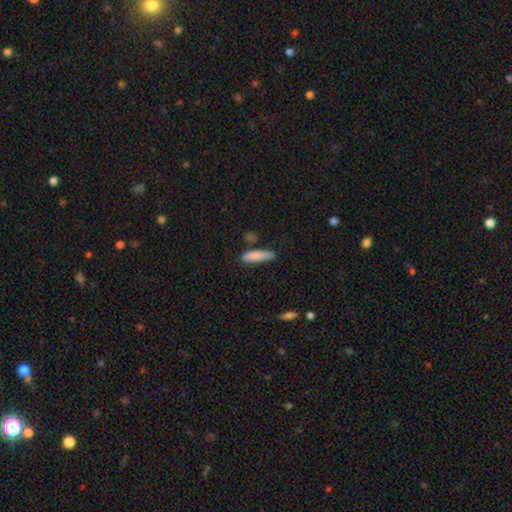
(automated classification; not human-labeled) Smooth or featured? Predicted: smooth (p=0.84). How rounded? Predicted: cigar-shaped (p=0.74). Merging? Predicted: none (p=0.68).